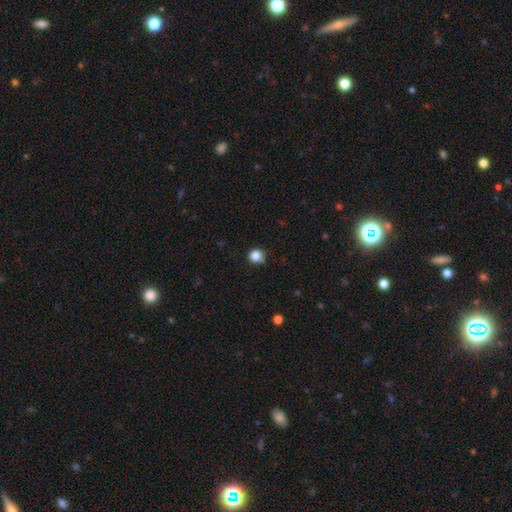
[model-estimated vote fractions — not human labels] A smooth galaxy with no disk features (84%) that is round (90%). Merging: none (77%).